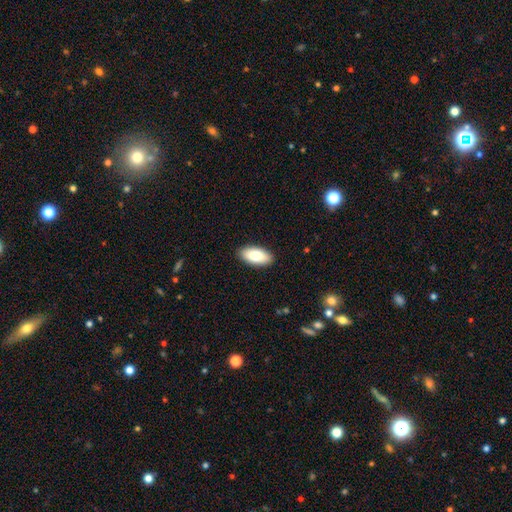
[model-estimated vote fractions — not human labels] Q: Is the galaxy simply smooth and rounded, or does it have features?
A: smooth — 85%.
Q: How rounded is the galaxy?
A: in between — 93%.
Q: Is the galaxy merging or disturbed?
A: none — 89%.